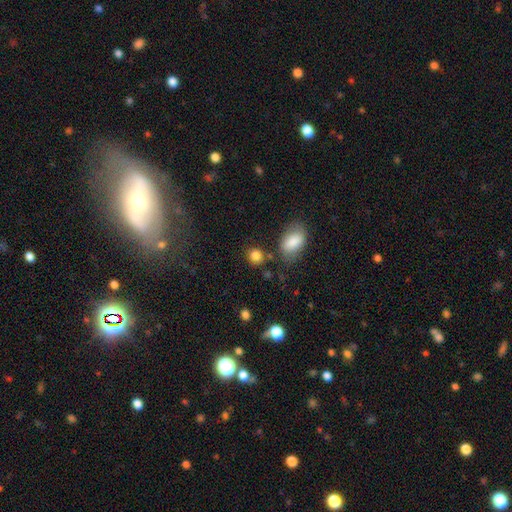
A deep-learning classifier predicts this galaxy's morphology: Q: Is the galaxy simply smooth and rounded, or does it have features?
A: smooth — 85%.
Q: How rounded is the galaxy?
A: round — 74%.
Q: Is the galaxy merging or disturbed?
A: none — 75%.